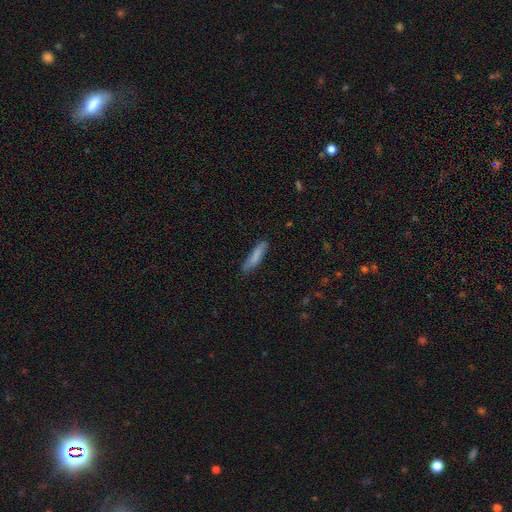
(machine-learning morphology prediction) Smooth or featured?
  - smooth: 82% *
  - featured or disk: 12%
  - star or artifact: 6%
How rounded?
  - cigar-shaped: 83% *
  - in between: 16%
  - round: 1%
Merging?
  - none: 80% *
  - minor disturbance: 16%
  - major disturbance: 3%
  - merger: 1%